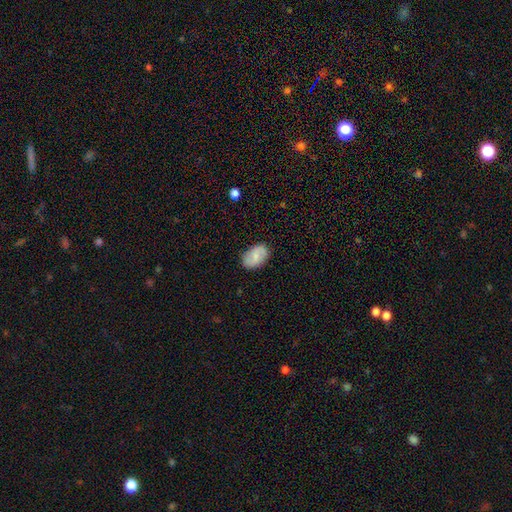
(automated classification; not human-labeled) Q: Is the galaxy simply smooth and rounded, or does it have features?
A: smooth — 54%.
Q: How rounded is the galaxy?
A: in between — 91%.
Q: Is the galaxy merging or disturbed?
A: none — 84%.